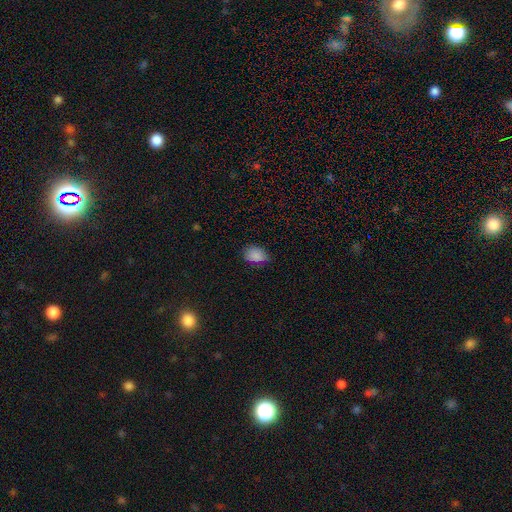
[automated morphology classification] A smooth galaxy with no disk features (86%) that is in between round and cigar-shaped (79%).

Vote fractions:
- Smooth or featured? smooth: 86% / star or artifact: 10% / featured or disk: 4%
- How rounded? in between: 79% / round: 20% / cigar-shaped: 1%
- Merging? none: 70% / minor disturbance: 24% / major disturbance: 4% / merger: 1%